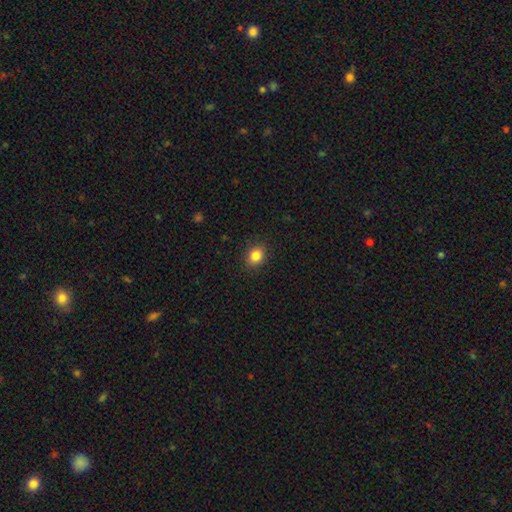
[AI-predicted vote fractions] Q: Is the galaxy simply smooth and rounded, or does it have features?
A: smooth — 84%.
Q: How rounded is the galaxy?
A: round — 61%.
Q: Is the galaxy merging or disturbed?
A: none — 89%.